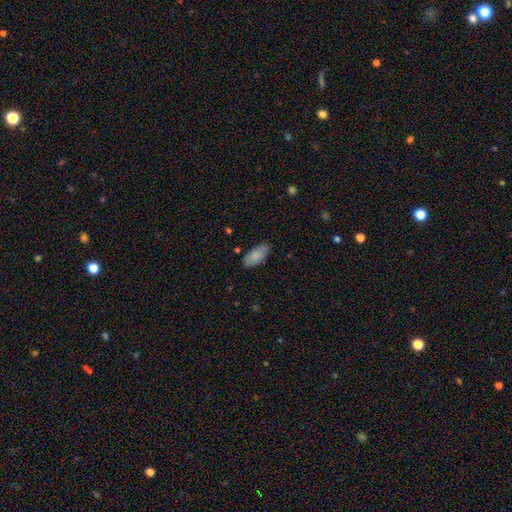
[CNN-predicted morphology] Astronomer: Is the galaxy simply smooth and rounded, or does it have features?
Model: smooth — 84%.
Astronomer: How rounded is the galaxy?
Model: in between — 91%.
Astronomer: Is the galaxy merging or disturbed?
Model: none — 83%.